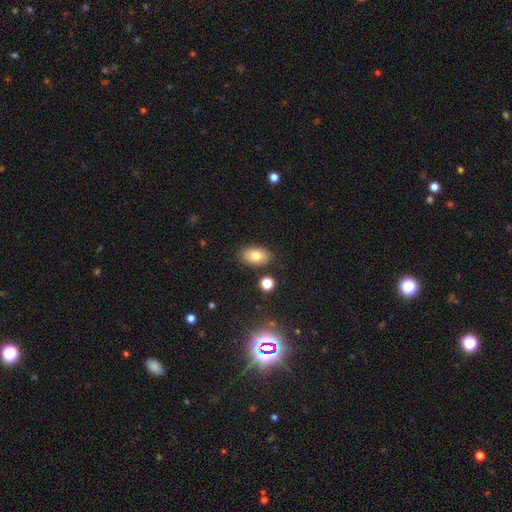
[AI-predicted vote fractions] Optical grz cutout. It shows a smooth galaxy with no disk features (81%) that is in between round and cigar-shaped (90%). Merging: none (85%).